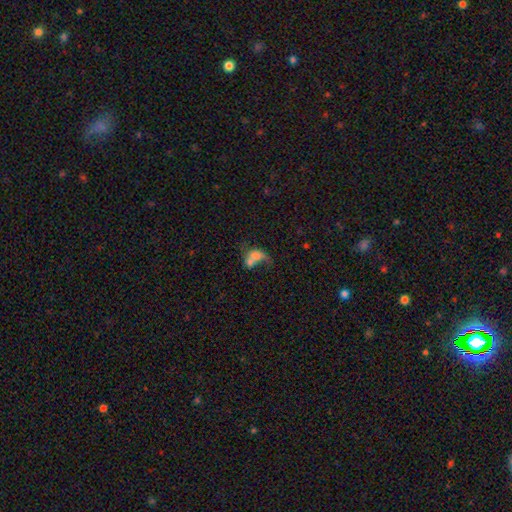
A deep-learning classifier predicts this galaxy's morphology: A smooth galaxy with no disk features (56%) that is in between round and cigar-shaped (68%).

Vote fractions:
- Smooth or featured? smooth: 56% / featured or disk: 31% / star or artifact: 13%
- How rounded? in between: 68% / round: 28% / cigar-shaped: 3%
- Merging? merger: 54% / major disturbance: 24% / none: 14% / minor disturbance: 8%